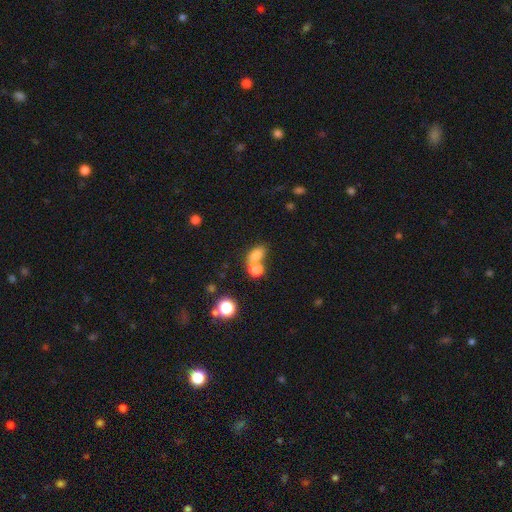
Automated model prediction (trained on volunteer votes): A smooth galaxy with no disk features (78%) that is in between round and cigar-shaped (74%). Merging: merger (48%).